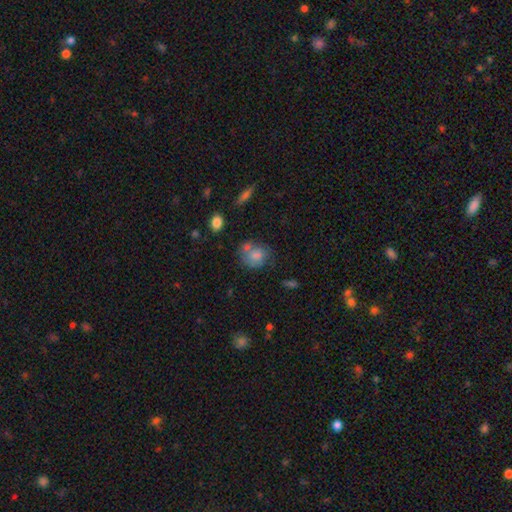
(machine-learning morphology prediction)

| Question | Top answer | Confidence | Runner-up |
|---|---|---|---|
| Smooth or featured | smooth | 72% | featured or disk (18%) |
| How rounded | round | 64% | in between (35%) |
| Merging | none | 43% | merger (26%) |